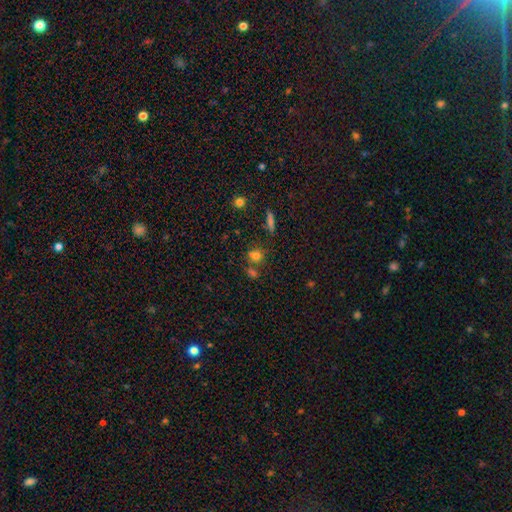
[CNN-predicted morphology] A smooth galaxy with no disk features (70%) that is round (65%).

Vote fractions:
- Smooth or featured? smooth: 70% / star or artifact: 19% / featured or disk: 10%
- How rounded? round: 65% / in between: 31% / cigar-shaped: 3%
- Merging? none: 57% / merger: 25% / minor disturbance: 13% / major disturbance: 5%